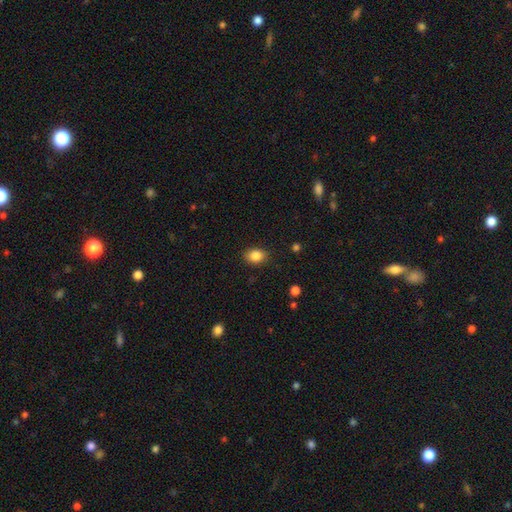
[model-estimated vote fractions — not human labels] Smooth or featured: smooth — 86% (star or artifact — 9%)
How rounded: in between — 65% (round — 34%)
Merging: none — 86% (minor disturbance — 10%)